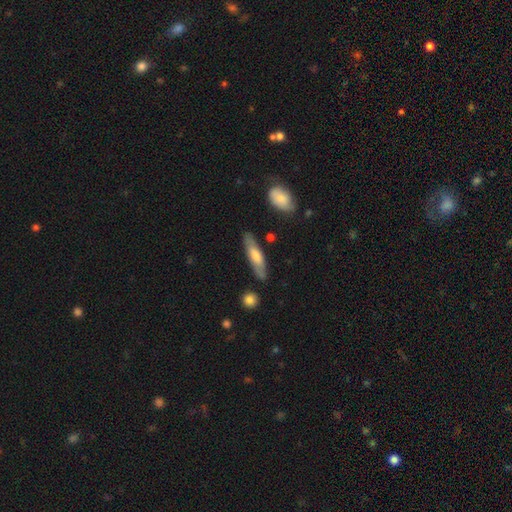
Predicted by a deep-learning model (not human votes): Smooth or featured? Predicted: smooth (p=0.58). How rounded? Predicted: cigar-shaped (p=0.70). Merging? Predicted: none (p=0.82).